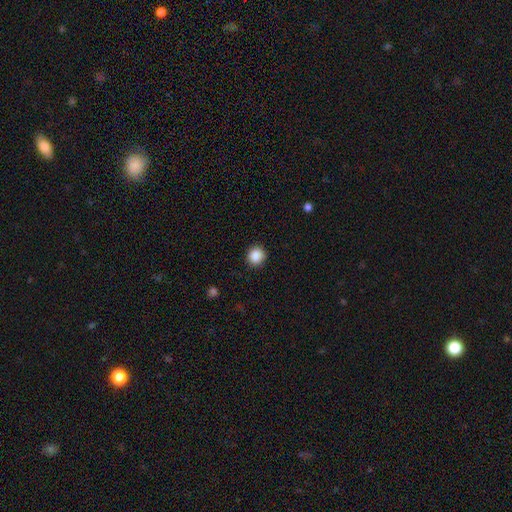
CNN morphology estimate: A smooth galaxy with no disk features (88%) that is round (89%). Merging: none (90%).